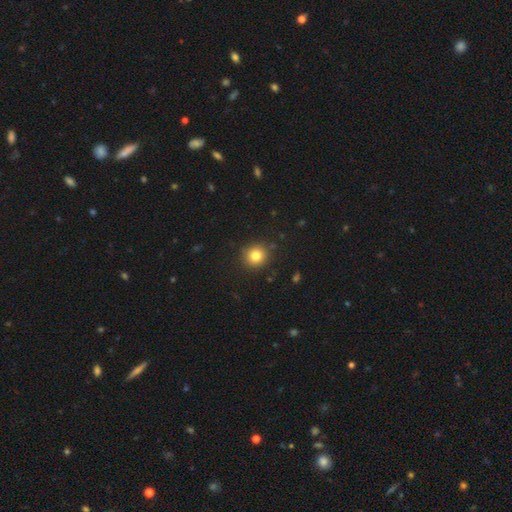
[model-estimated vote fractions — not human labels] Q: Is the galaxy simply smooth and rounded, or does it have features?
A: smooth — 81%.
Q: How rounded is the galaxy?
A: round — 91%.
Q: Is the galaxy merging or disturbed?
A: none — 89%.